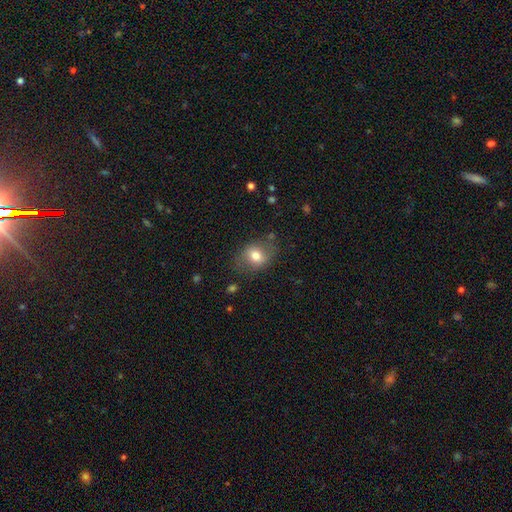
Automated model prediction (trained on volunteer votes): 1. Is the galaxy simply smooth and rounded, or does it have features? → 71% smooth, 20% featured or disk, 9% star or artifact.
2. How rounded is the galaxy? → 57% in between, 41% round, 1% cigar-shaped.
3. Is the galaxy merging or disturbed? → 72% none, 18% minor disturbance, 7% major disturbance, 2% merger.